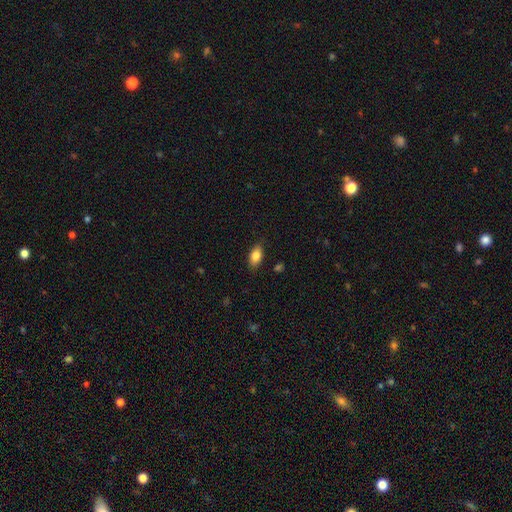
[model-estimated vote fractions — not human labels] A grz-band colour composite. It shows a smooth galaxy with no disk features (83%) that is in between round and cigar-shaped (88%). Merging: none (82%).